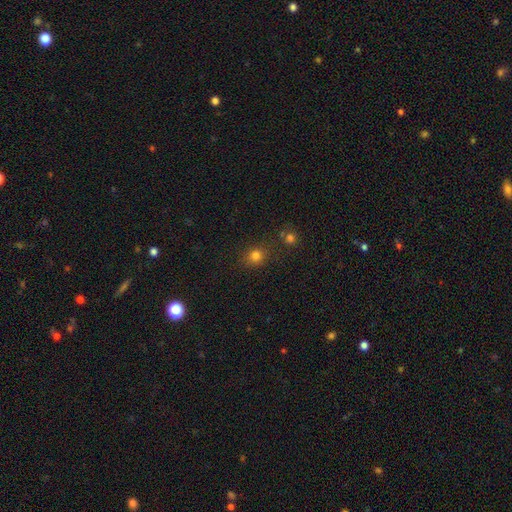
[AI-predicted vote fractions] Smooth or featured? smooth (78%)
How rounded? round (83%)
Merging? none (80%)